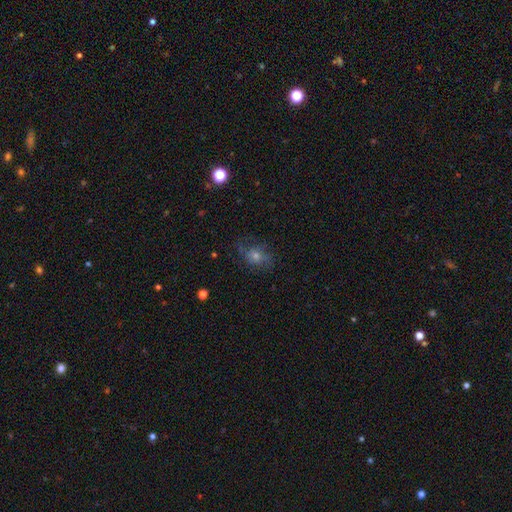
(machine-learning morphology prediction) smooth_or_featured: featured or disk (p=0.47) [alt: smooth p=0.33]
merging: none (p=0.63) [alt: minor disturbance p=0.20]